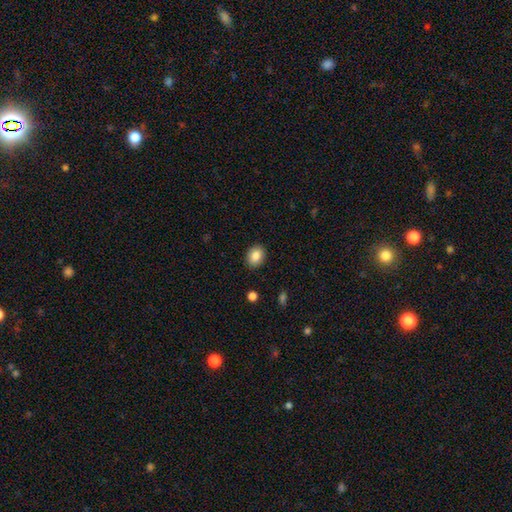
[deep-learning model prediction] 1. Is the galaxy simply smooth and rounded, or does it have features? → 86% smooth, 9% star or artifact, 6% featured or disk.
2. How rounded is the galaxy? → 52% in between, 47% round, 1% cigar-shaped.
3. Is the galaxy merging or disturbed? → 90% none, 7% minor disturbance, 2% major disturbance, 1% merger.